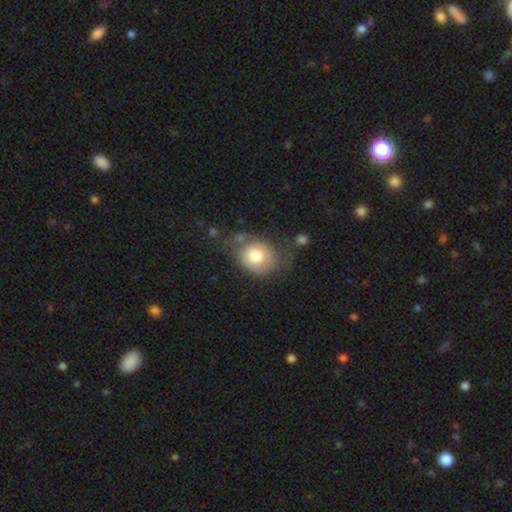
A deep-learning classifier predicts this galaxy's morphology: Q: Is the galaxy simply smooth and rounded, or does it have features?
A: smooth — 73%.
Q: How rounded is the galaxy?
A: round — 64%.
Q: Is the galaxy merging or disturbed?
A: none — 51%.